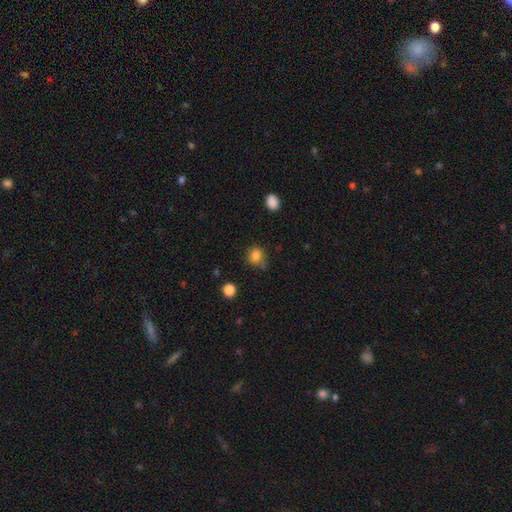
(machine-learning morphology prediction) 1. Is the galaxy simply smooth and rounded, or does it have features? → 81% smooth, 12% star or artifact, 7% featured or disk.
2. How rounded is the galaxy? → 70% round, 29% in between, 1% cigar-shaped.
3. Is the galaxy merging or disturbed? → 63% none, 25% minor disturbance, 7% major disturbance, 5% merger.